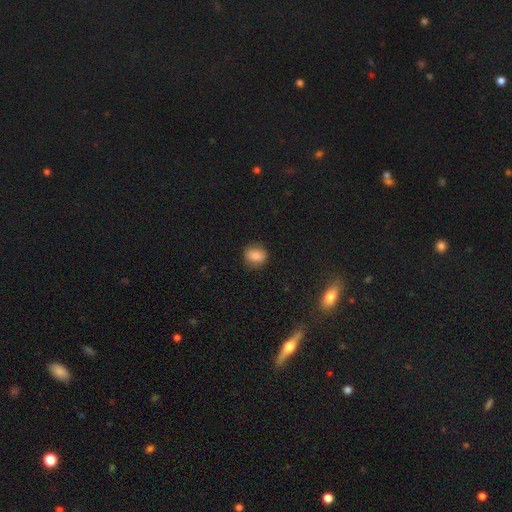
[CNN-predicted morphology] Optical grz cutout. It shows a smooth galaxy with no disk features (80%) that is round (66%). Merging: none (84%).